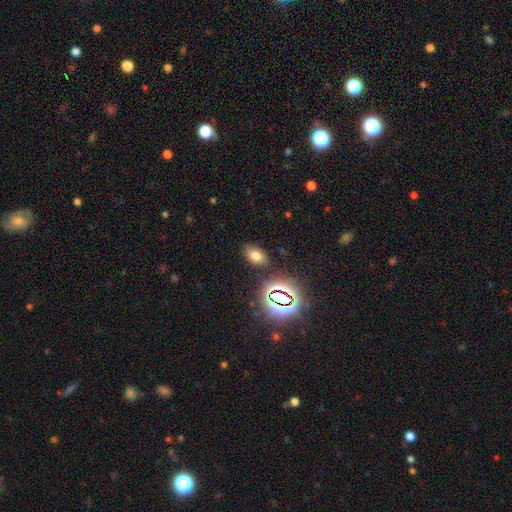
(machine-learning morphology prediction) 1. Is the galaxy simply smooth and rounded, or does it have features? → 66% smooth, 24% star or artifact, 11% featured or disk.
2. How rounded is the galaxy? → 85% in between, 13% round, 2% cigar-shaped.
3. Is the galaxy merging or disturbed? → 84% none, 10% minor disturbance, 3% major disturbance, 3% merger.